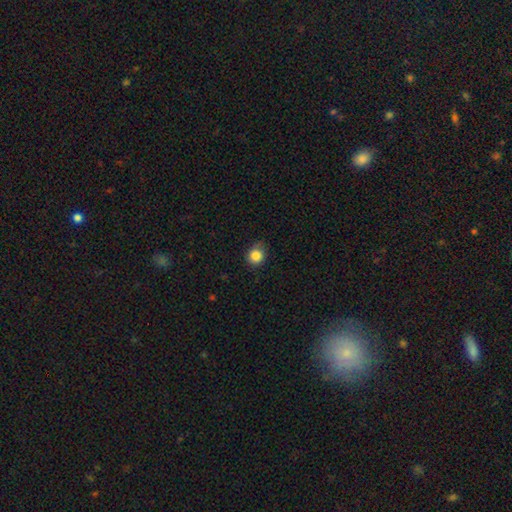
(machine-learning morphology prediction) Smooth or featured? Predicted: smooth (p=0.85). How rounded? Predicted: round (p=0.79). Merging? Predicted: none (p=0.73).